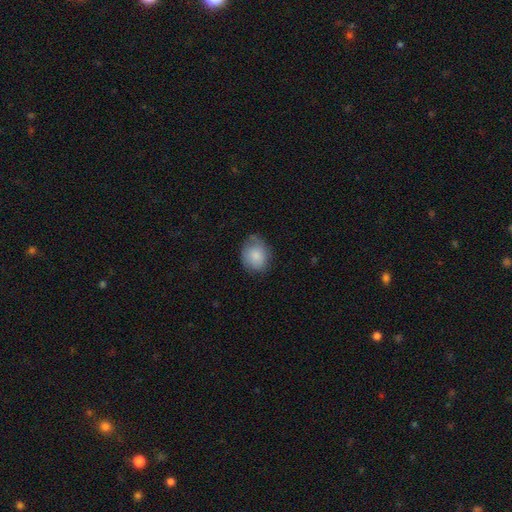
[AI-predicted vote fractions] Smooth or featured? Predicted: smooth (p=0.82). How rounded? Predicted: round (p=0.52). Merging? Predicted: none (p=0.65).